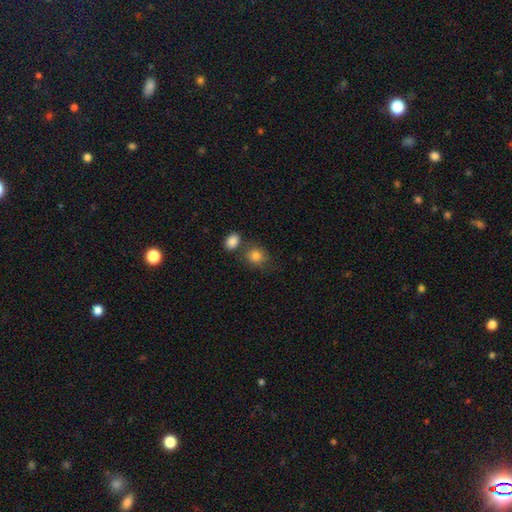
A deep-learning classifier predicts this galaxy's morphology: This appears to be a smooth galaxy with no disk features (83%) that is round (67%). Merging: none (60%).